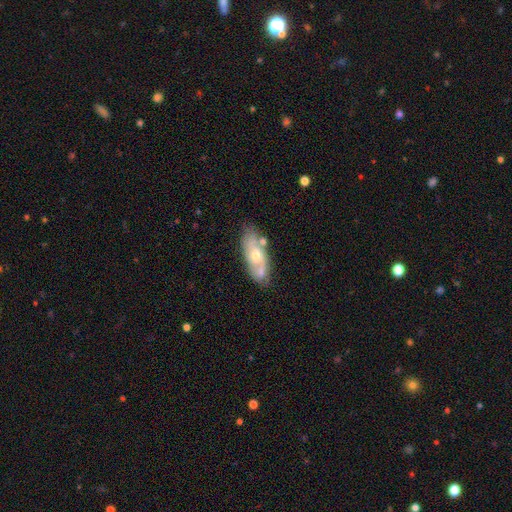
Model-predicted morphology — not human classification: Smooth or featured?
  - featured or disk: 62% *
  - smooth: 32%
  - star or artifact: 6%
Edge-on disk?
  - no: 87% *
  - yes: 13%
Bar?
  - no: 72% *
  - weak: 23%
  - strong: 5%
Spiral arms?
  - yes: 71% *
  - no: 29%
Bulge size?
  - moderate: 61% *
  - small: 33%
  - large: 3%
  - none: 1%
  - dominant: 1%
Merging?
  - none: 62% *
  - minor disturbance: 19%
  - merger: 13%
  - major disturbance: 6%